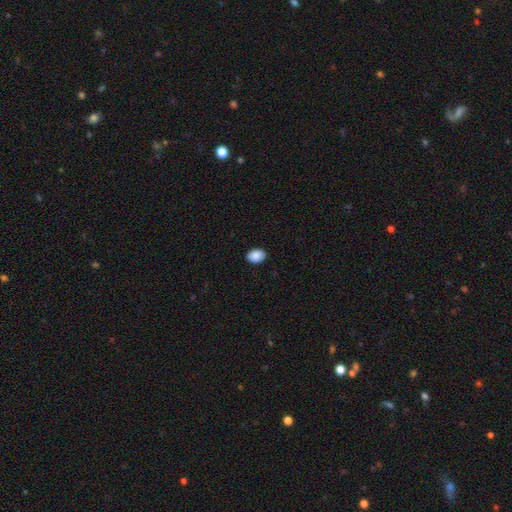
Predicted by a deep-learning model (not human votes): Smooth or featured? smooth (89%)
How rounded? in between (72%)
Merging? none (90%)